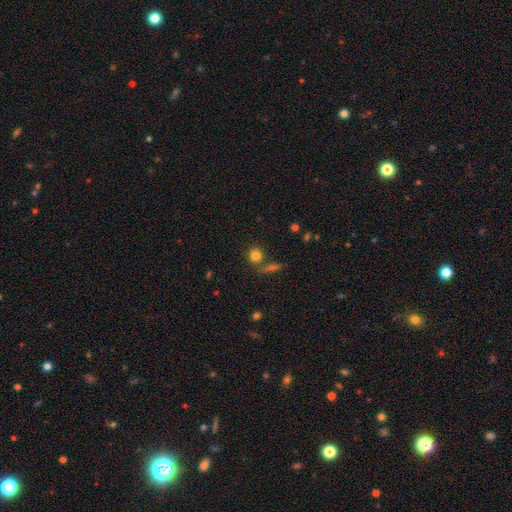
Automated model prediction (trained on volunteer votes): smooth-or-featured: smooth: 80% | star or artifact: 12% | featured or disk: 8%
  how-rounded: round: 88% | in between: 11% | cigar-shaped: 2%
  merging: none: 70% | merger: 17% | minor disturbance: 9% | major disturbance: 4%